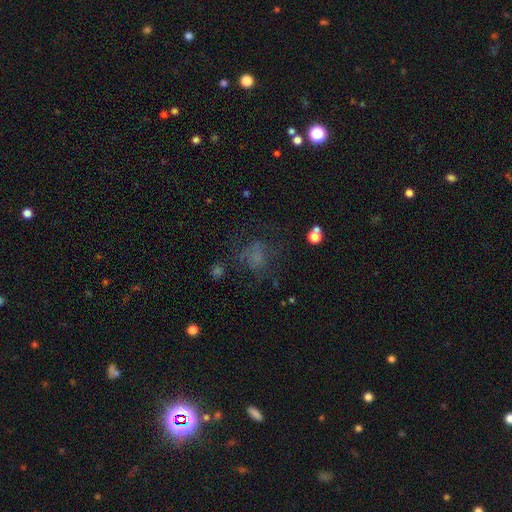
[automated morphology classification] This is possibly a smooth galaxy (47%). Merging: possibly none (51%).